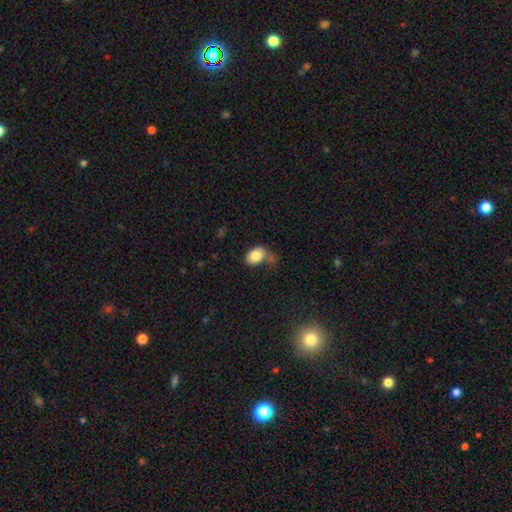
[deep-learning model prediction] smooth_or_featured: smooth (p=0.83) [alt: featured or disk p=0.10]
how_rounded: in between (p=0.85) [alt: round p=0.13]
merging: none (p=0.39) [alt: minor disturbance p=0.27]